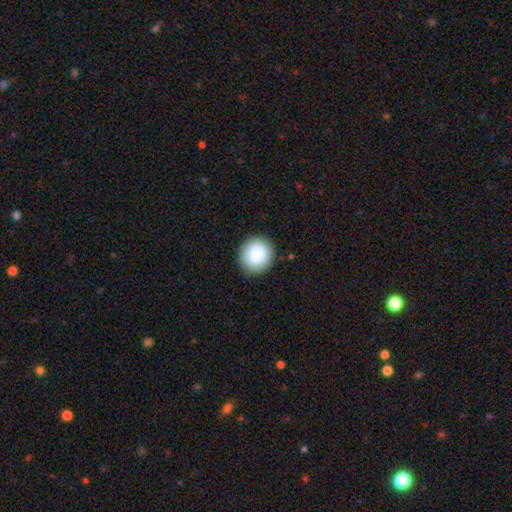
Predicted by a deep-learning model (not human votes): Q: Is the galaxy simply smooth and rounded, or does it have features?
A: smooth — 88%.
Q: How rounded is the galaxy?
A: round — 88%.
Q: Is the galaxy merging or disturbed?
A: none — 89%.